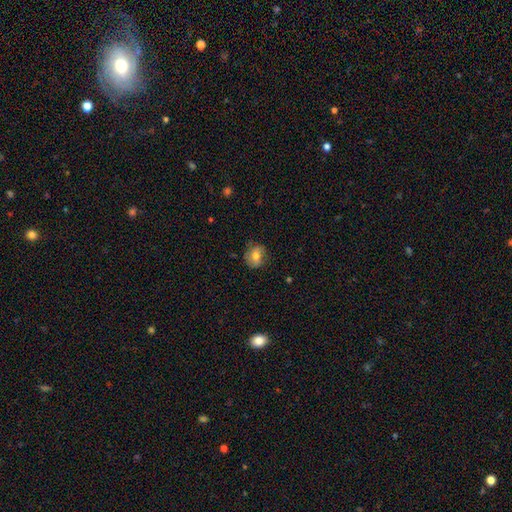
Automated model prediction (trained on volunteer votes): smooth-or-featured: smooth: 68% | featured or disk: 22% | star or artifact: 9%
  how-rounded: round: 68% | in between: 31% | cigar-shaped: 1%
  merging: none: 73% | minor disturbance: 21% | major disturbance: 5% | merger: 1%